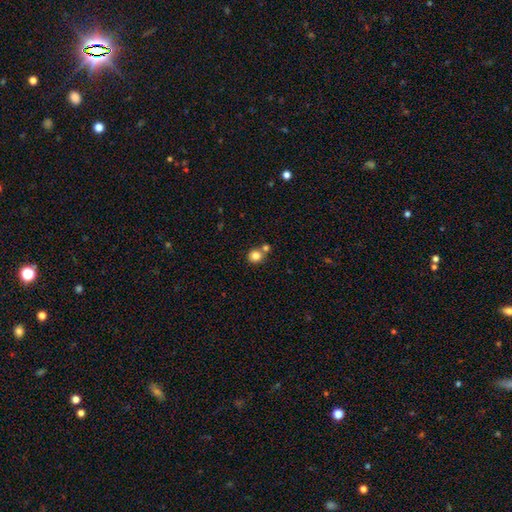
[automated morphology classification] smooth 83%, star or artifact 11%, featured or disk 6%. Down the decision tree: how rounded — round (88%); merging — none (61%).